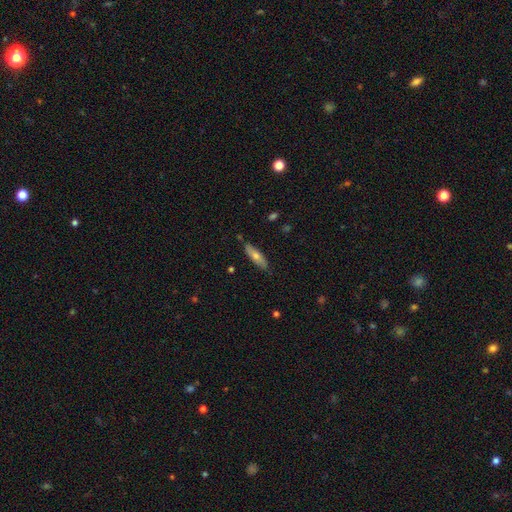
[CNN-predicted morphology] This appears to be a smooth galaxy with no disk features (58%) that is cigar-shaped (66%). Merging: none (82%).